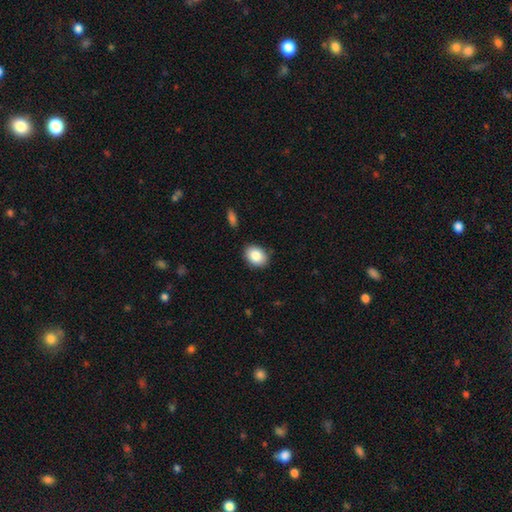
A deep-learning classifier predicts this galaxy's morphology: smooth 86%, star or artifact 8%, featured or disk 7%. Down the decision tree: how rounded — in between (72%); merging — none (86%).